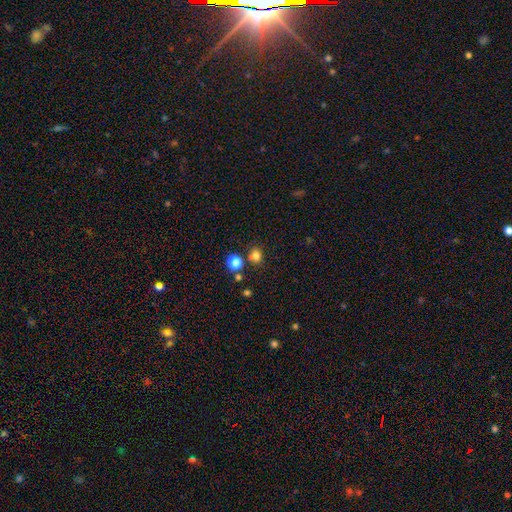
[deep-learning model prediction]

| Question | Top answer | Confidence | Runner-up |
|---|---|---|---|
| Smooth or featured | smooth | 77% | star or artifact (17%) |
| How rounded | round | 71% | in between (28%) |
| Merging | none | 72% | merger (13%) |